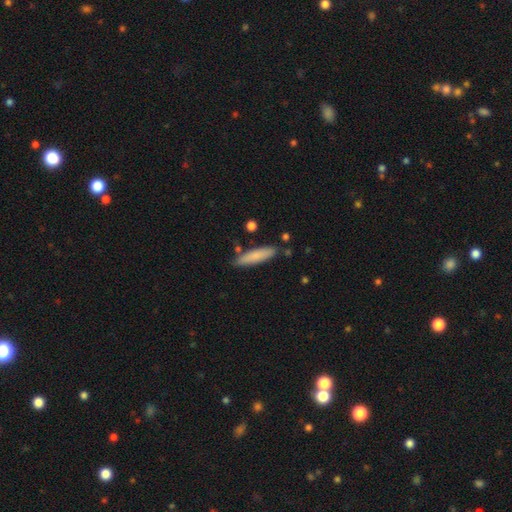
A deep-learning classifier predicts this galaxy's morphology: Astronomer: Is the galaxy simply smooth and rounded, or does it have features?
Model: smooth — 80%.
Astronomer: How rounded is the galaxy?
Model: cigar-shaped — 80%.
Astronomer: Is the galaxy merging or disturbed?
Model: none — 81%.